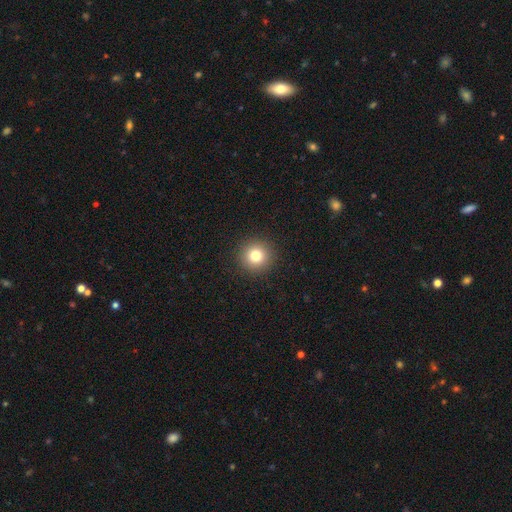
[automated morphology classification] smooth_or_featured: smooth (p=0.80) [alt: star or artifact p=0.12]
how_rounded: round (p=0.95) [alt: in between p=0.04]
merging: none (p=0.93) [alt: minor disturbance p=0.04]